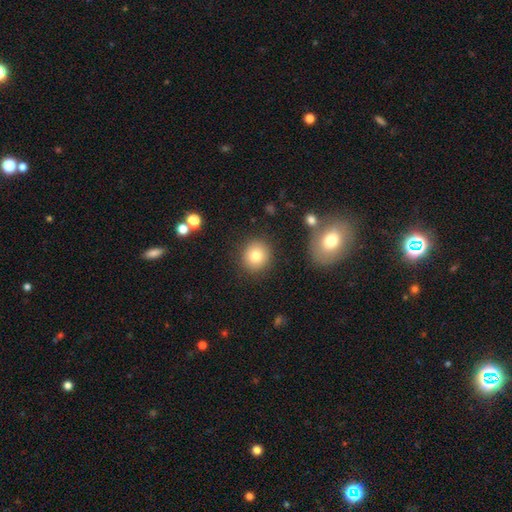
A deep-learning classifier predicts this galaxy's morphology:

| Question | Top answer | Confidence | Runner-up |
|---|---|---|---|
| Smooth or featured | smooth | 81% | star or artifact (10%) |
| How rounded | round | 88% | in between (11%) |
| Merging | none | 88% | minor disturbance (7%) |